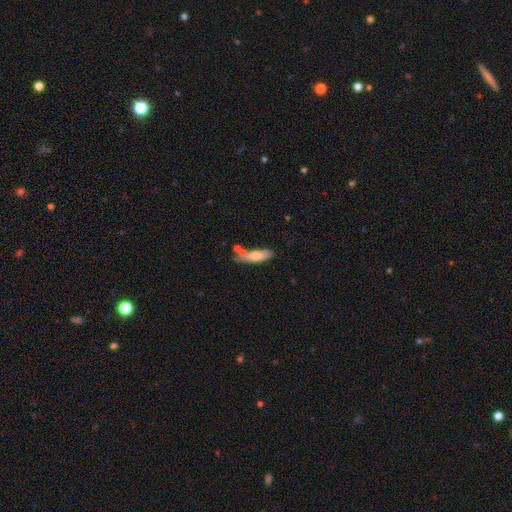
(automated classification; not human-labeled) A smooth galaxy with no disk features (67%) that is cigar-shaped (49%).

Vote fractions:
- Smooth or featured? smooth: 67% / featured or disk: 26% / star or artifact: 7%
- How rounded? cigar-shaped: 49% / in between: 48% / round: 2%
- Merging? none: 52% / minor disturbance: 24% / merger: 17% / major disturbance: 7%